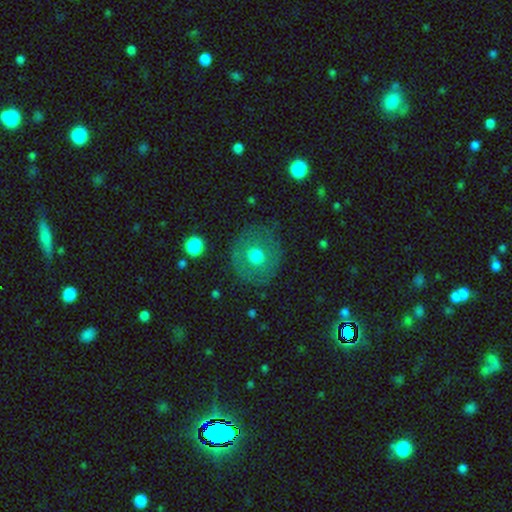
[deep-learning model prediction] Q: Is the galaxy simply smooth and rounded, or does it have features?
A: smooth — 57%.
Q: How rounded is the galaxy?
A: round — 87%.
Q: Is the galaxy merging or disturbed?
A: none — 81%.